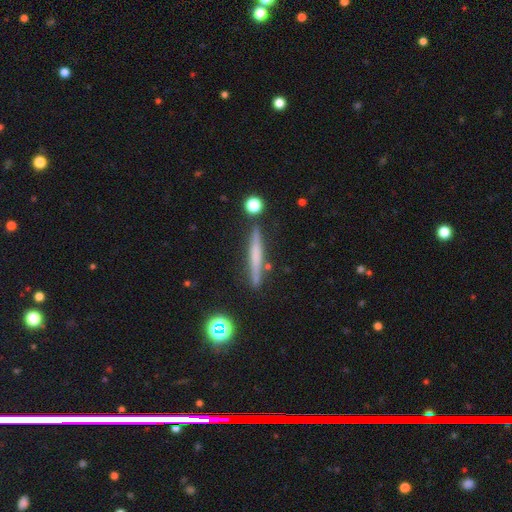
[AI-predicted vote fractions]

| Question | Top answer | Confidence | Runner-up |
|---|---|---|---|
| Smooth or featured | featured or disk | 46% | smooth (45%) |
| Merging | none | 85% | minor disturbance (9%) |